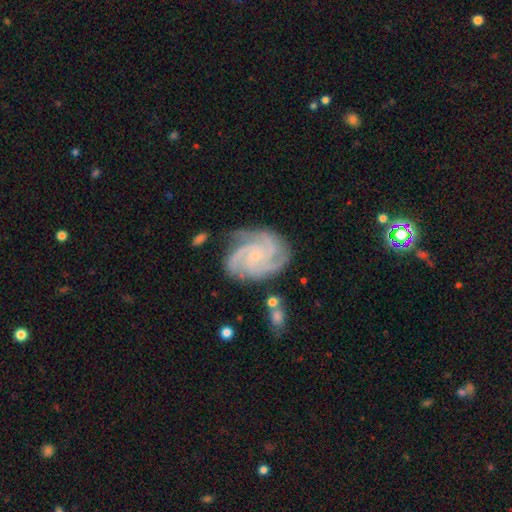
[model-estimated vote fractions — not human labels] Overall: featured or disk (91%). Edge-on disk: no (98%). Bar: no (72%). Spiral arms: yes (99%). Spiral arm count: 3 (44%; 4 35%). Spiral winding: tight (65%; medium 31%). Bulge size: small (80%). Merging: none (75%).